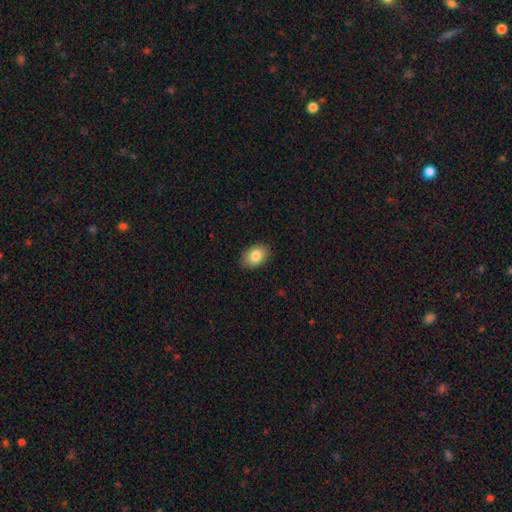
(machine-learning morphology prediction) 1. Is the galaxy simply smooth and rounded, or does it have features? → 83% smooth, 9% featured or disk, 8% star or artifact.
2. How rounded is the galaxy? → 84% in between, 15% round, 1% cigar-shaped.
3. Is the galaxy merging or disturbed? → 87% none, 10% minor disturbance, 2% major disturbance, 1% merger.